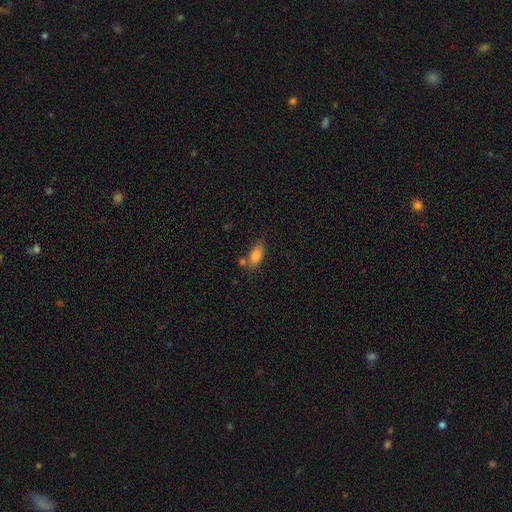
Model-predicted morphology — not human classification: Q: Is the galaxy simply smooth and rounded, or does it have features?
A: smooth — 82%.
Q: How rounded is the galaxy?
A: in between — 88%.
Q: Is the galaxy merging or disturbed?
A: none — 58%.